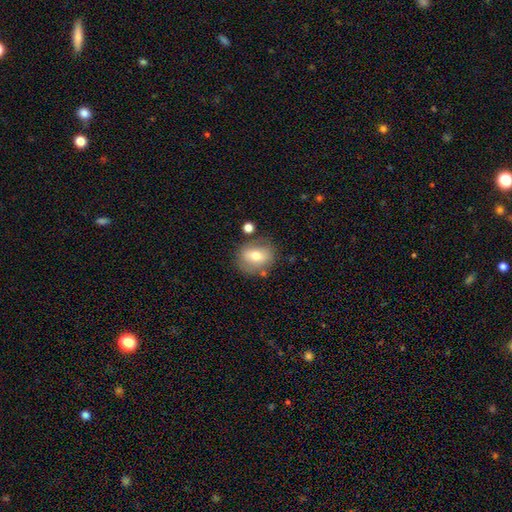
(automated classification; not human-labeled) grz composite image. It shows a smooth galaxy with no disk features (59%) that is round (56%). Merging: none (71%).